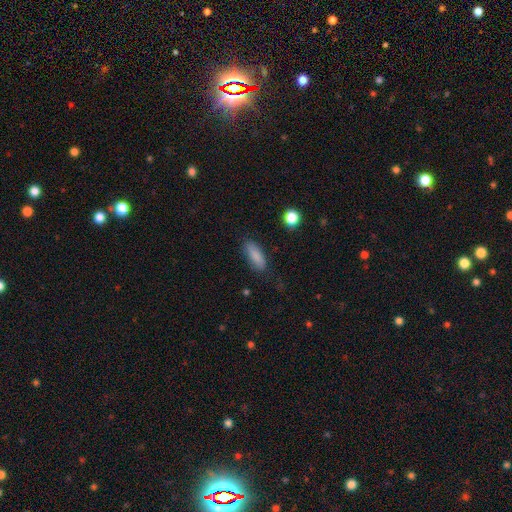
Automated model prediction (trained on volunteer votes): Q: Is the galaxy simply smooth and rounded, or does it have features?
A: smooth — 86%.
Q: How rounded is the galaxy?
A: in between — 64%.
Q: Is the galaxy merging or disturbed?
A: none — 81%.